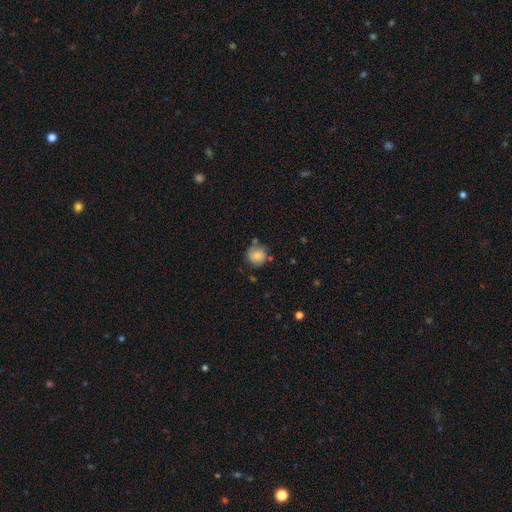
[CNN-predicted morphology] smooth 76%, featured or disk 16%, star or artifact 9%. Down the decision tree: how rounded — round (88%); merging — none (66%).